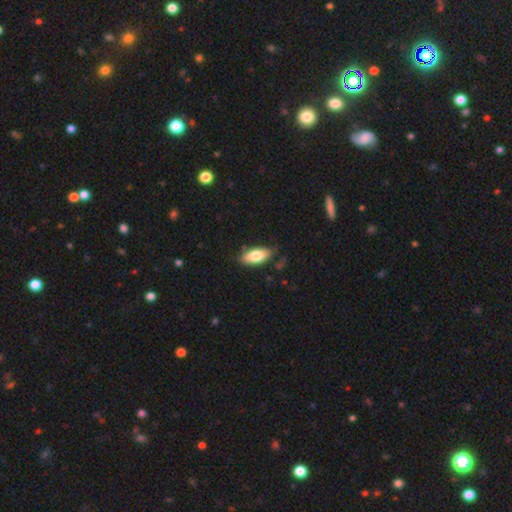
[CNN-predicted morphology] Smooth or featured? smooth (76%)
How rounded? in between (86%)
Merging? none (75%)